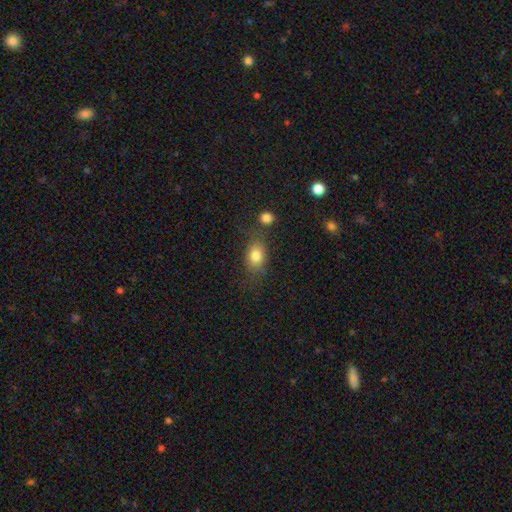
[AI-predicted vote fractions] Smooth or featured? smooth (80%)
How rounded? in between (70%)
Merging? none (65%)